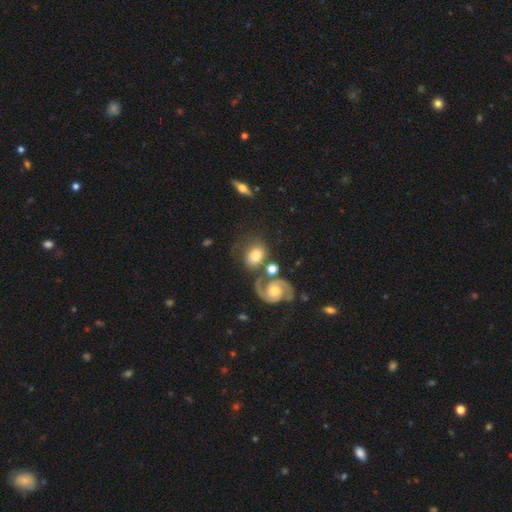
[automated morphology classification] Smooth or featured? Predicted: smooth (p=0.52). How rounded? Predicted: in between (p=0.51). Merging? Predicted: none (p=0.51).